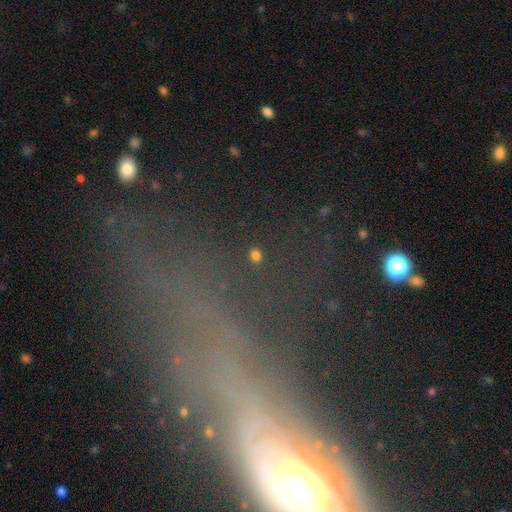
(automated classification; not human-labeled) smooth-or-featured: smooth: 70% | star or artifact: 24% | featured or disk: 5%
  how-rounded: round: 69% | in between: 29% | cigar-shaped: 2%
  merging: none: 86% | minor disturbance: 7% | merger: 4% | major disturbance: 3%